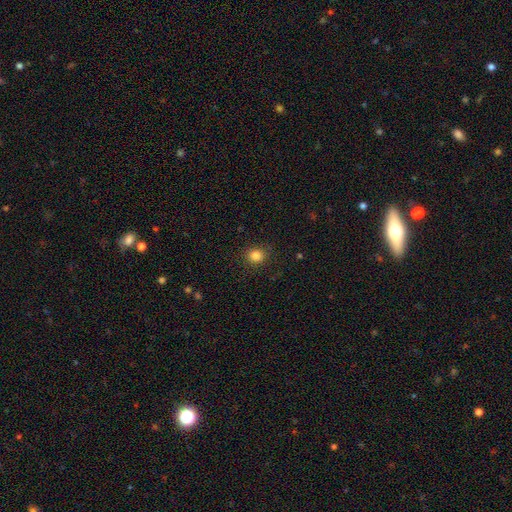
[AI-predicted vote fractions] Smooth or featured? smooth (83%)
How rounded? round (84%)
Merging? none (89%)